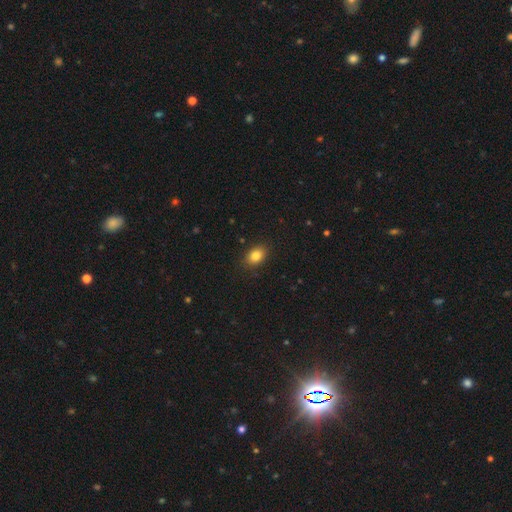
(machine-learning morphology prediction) smooth_or_featured: smooth (p=0.84) [alt: star or artifact p=0.10]
how_rounded: in between (p=0.76) [alt: round p=0.23]
merging: none (p=0.88) [alt: minor disturbance p=0.09]